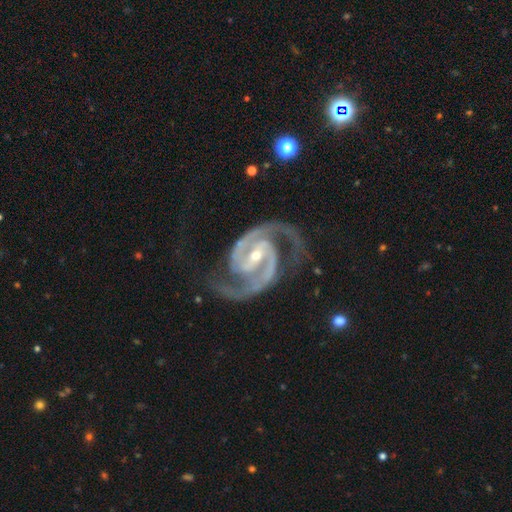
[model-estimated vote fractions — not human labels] A featured or disk galaxy (95%) with a strong bar (51%), 2 (93%) medium (62%) spiral arms (99%) and a small central bulge (63%).

Vote fractions:
- Smooth or featured? featured or disk: 95% / star or artifact: 4% / smooth: 2%
- Edge-on disk? no: 98% / yes: 2%
- Bar? strong: 51% / weak: 35% / no: 14%
- Spiral arms? yes: 99% / no: 1%
- Spiral winding? medium: 62% / tight: 29% / loose: 9%
- Spiral arm count? 2: 93% / 3: 2% / can't tell: 1% / 1: 1% / 4: 1% / more than 4: 1%
- Bulge size? small: 63% / moderate: 34% / none: 1% / large: 1% / dominant: 1%
- Merging? none: 77% / minor disturbance: 15% / major disturbance: 6% / merger: 2%